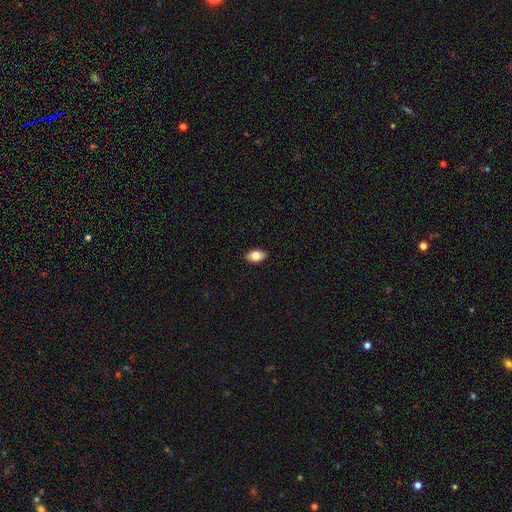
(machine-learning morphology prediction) A smooth galaxy with no disk features (80%) that is in between round and cigar-shaped (91%).

Vote fractions:
- Smooth or featured? smooth: 80% / featured or disk: 12% / star or artifact: 7%
- How rounded? in between: 91% / round: 7% / cigar-shaped: 2%
- Merging? none: 90% / minor disturbance: 7% / major disturbance: 2% / merger: 1%